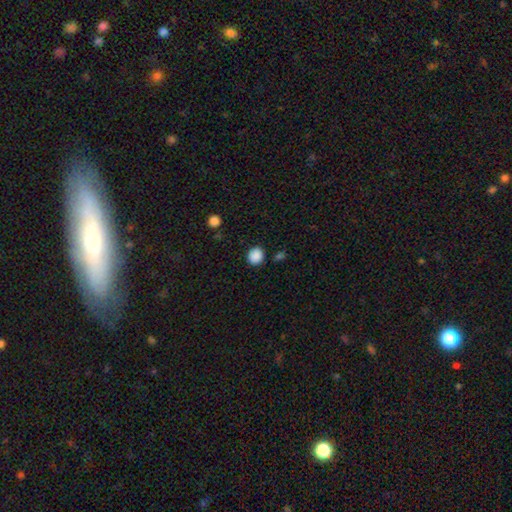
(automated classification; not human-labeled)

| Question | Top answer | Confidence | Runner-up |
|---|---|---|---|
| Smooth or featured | smooth | 88% | star or artifact (9%) |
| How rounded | round | 77% | in between (22%) |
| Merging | none | 87% | minor disturbance (8%) |